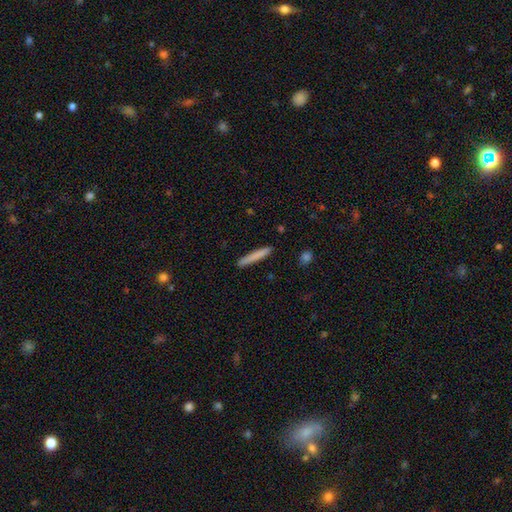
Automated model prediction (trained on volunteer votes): Q: Smooth or featured?
A: smooth (78%); runner-up: featured or disk (16%)
Q: How rounded?
A: cigar-shaped (96%); runner-up: in between (3%)
Q: Merging?
A: none (90%); runner-up: minor disturbance (7%)